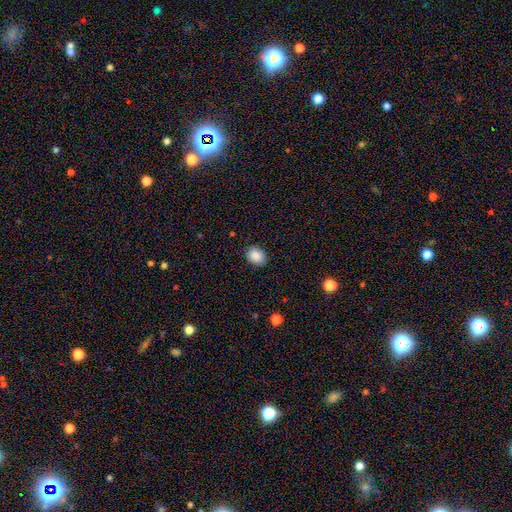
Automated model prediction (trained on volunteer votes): This appears to be a smooth galaxy with no disk features (88%) that is in between round and cigar-shaped (58%). Merging: none (87%).